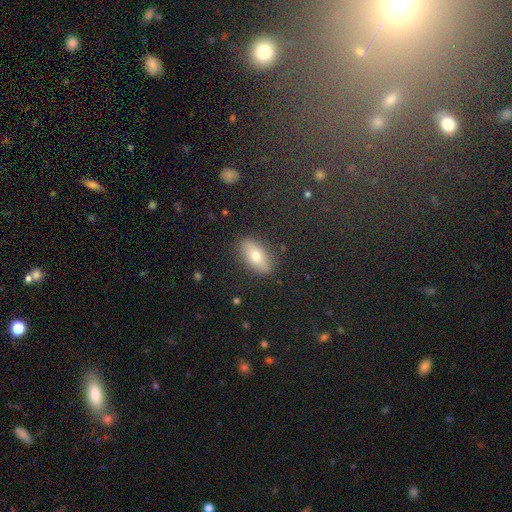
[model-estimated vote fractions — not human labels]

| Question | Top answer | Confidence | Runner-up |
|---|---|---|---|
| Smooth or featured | smooth | 71% | featured or disk (19%) |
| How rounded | in between | 85% | cigar-shaped (10%) |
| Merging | none | 86% | minor disturbance (10%) |